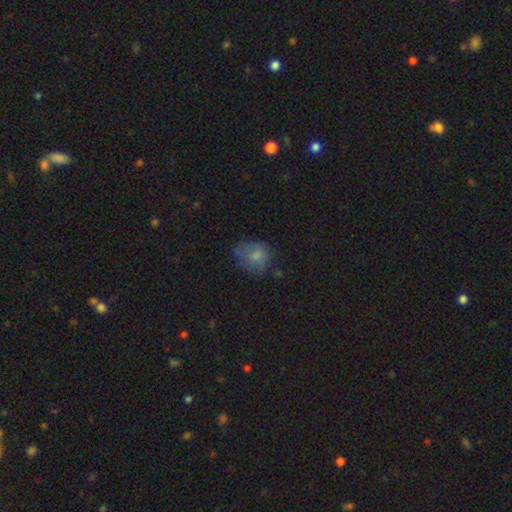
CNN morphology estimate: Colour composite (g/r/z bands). It shows a smooth galaxy with no disk features (70%) that is round (59%). Merging: none (47%).